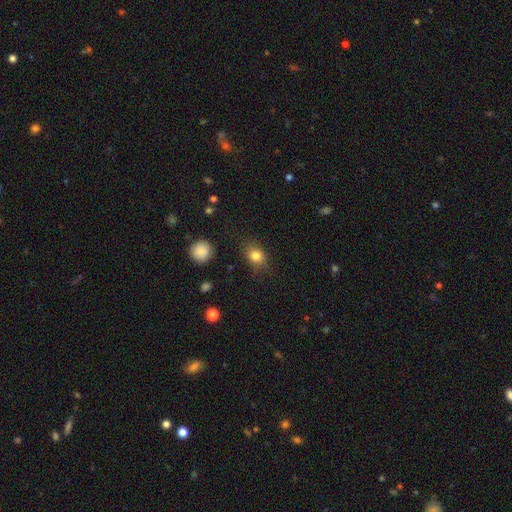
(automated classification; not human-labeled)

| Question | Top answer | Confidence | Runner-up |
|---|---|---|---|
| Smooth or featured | smooth | 81% | star or artifact (11%) |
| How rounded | in between | 50% | round (48%) |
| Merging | none | 78% | minor disturbance (16%) |